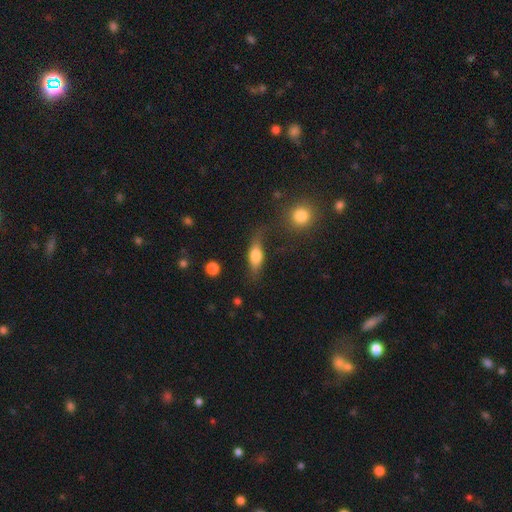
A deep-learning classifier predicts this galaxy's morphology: smooth_or_featured: smooth (p=0.64) [alt: featured or disk p=0.28]
how_rounded: in between (p=0.68) [alt: cigar-shaped p=0.25]
merging: none (p=0.57) [alt: minor disturbance p=0.24]